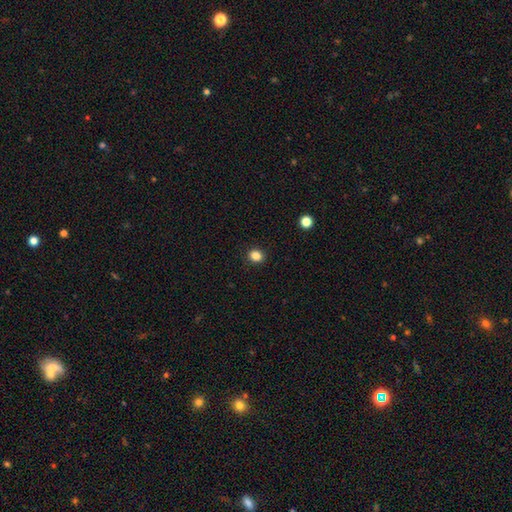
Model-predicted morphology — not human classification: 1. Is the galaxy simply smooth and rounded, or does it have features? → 84% smooth, 12% star or artifact, 4% featured or disk.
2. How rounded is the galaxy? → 70% round, 29% in between, 1% cigar-shaped.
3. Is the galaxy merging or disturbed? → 91% none, 6% minor disturbance, 2% major disturbance, 1% merger.